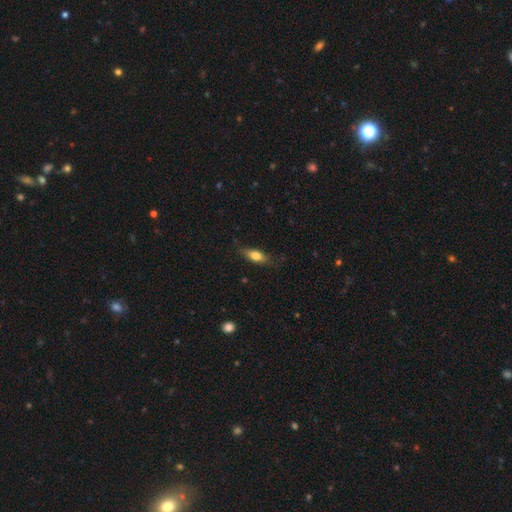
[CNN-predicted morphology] Q: Smooth or featured?
A: smooth (75%); runner-up: featured or disk (18%)
Q: How rounded?
A: in between (68%); runner-up: cigar-shaped (29%)
Q: Merging?
A: none (78%); runner-up: minor disturbance (17%)